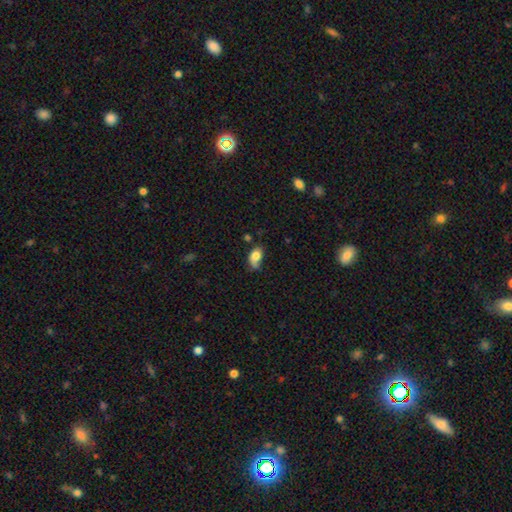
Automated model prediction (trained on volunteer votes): smooth 77%, featured or disk 14%, star or artifact 9%. Down the decision tree: how rounded — in between (84%); merging — none (38%, tied with minor disturbance).